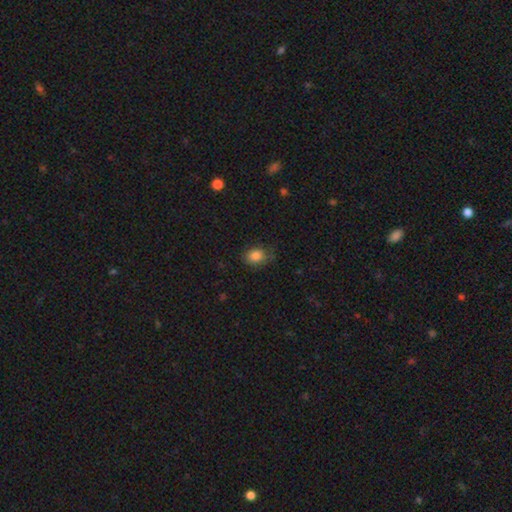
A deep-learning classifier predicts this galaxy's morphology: Q: Smooth or featured?
A: smooth (84%); runner-up: star or artifact (10%)
Q: How rounded?
A: in between (54%); runner-up: round (45%)
Q: Merging?
A: none (72%); runner-up: minor disturbance (21%)